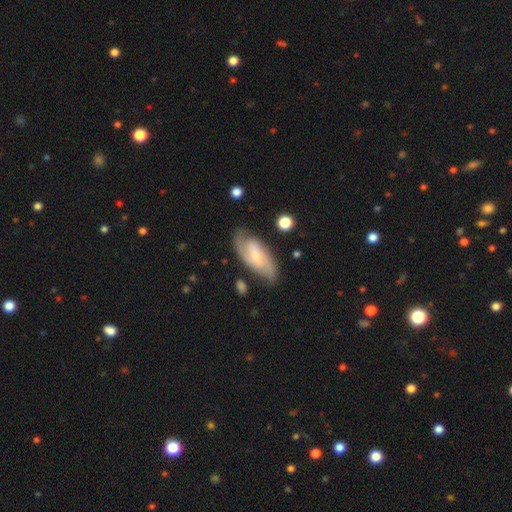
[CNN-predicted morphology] This is likely a featured or disk galaxy (78%). It is clearly not viewed edge-on (93%). Bar: marginally weak (45%). Spiral arm pattern: clearly yes (94%). Spiral arm count: likely 2 (75%). Spiral winding: possibly medium (46%). Central bulge: likely small (66%). Merging: likely none (73%).